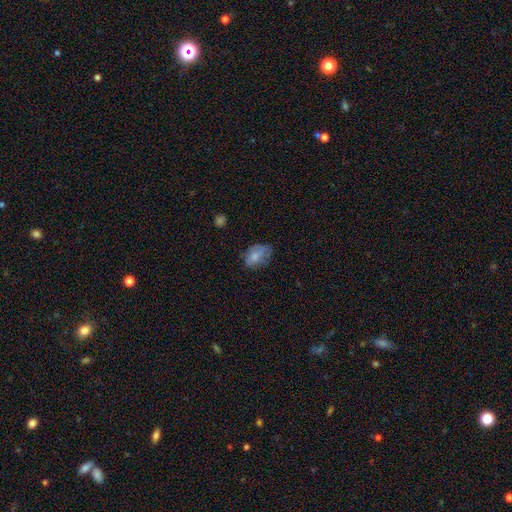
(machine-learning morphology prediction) Overall: smooth (70%). How rounded: in between (86%). Merging: none (57%; minor disturbance 30%).